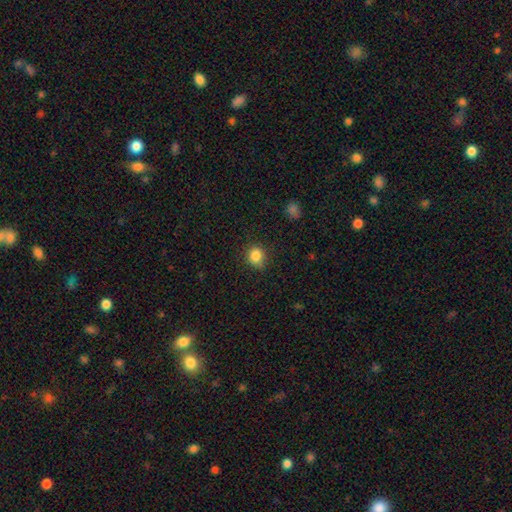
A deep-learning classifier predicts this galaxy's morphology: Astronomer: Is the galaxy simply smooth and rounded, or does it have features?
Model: smooth — 85%.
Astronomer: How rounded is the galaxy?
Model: round — 75%.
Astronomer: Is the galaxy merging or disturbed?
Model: none — 81%.